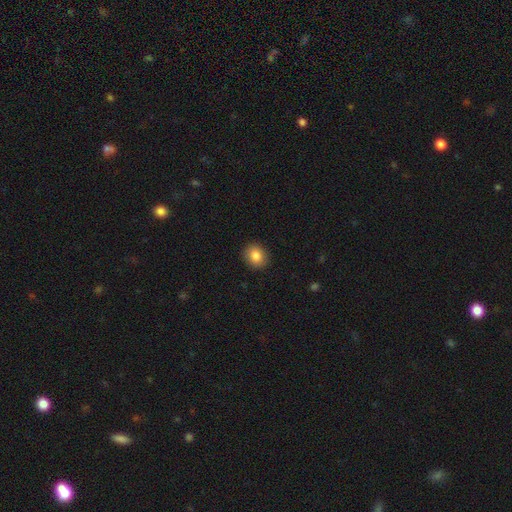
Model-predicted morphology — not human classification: Q: Smooth or featured?
A: smooth (85%); runner-up: star or artifact (9%)
Q: How rounded?
A: round (68%); runner-up: in between (31%)
Q: Merging?
A: none (90%); runner-up: minor disturbance (7%)